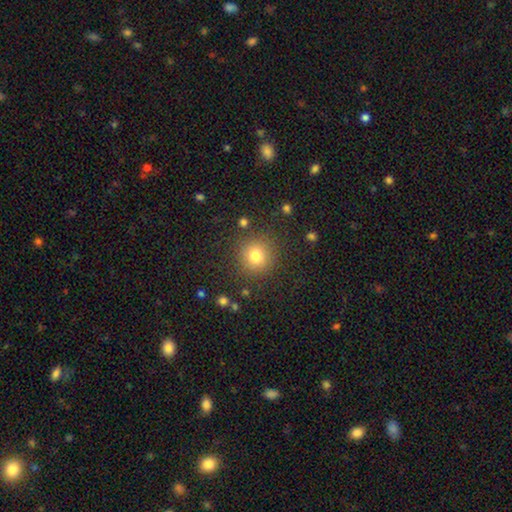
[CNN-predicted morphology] Overall: smooth (79%). How rounded: round (92%). Merging: none (86%).